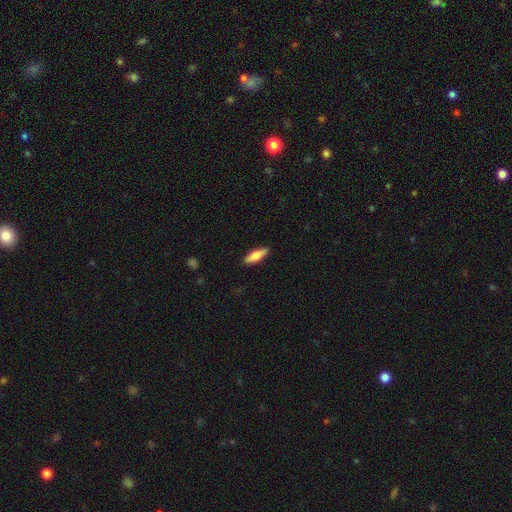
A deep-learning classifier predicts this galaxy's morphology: smooth-or-featured: smooth: 69% | featured or disk: 26% | star or artifact: 6%
  how-rounded: cigar-shaped: 53% | in between: 45% | round: 2%
  merging: none: 89% | minor disturbance: 8% | major disturbance: 2% | merger: 1%